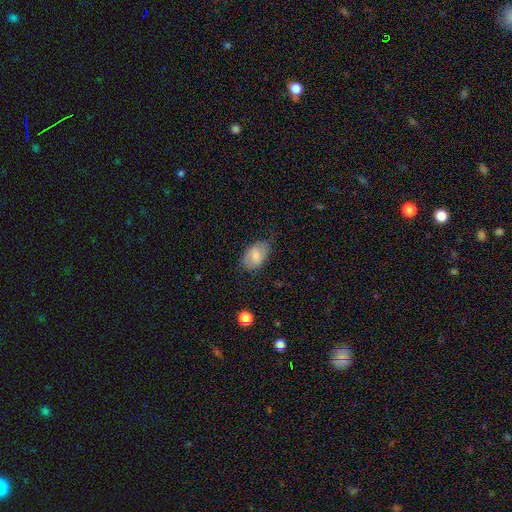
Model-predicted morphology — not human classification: Q: Smooth or featured?
A: smooth (77%); runner-up: featured or disk (16%)
Q: How rounded?
A: in between (89%); runner-up: round (9%)
Q: Merging?
A: none (65%); runner-up: minor disturbance (27%)